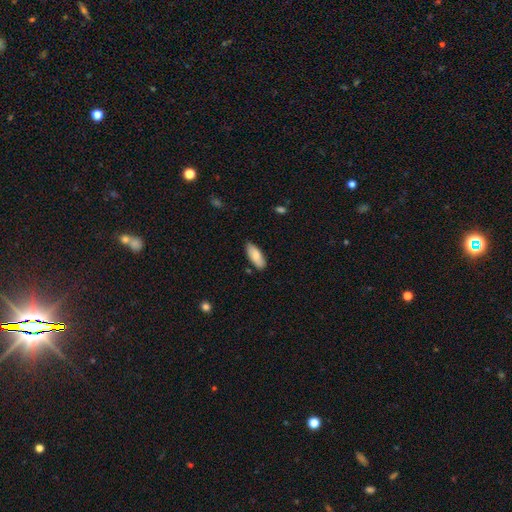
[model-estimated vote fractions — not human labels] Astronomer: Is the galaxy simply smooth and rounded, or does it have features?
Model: smooth — 82%.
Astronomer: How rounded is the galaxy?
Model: in between — 81%.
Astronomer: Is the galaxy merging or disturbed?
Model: none — 81%.